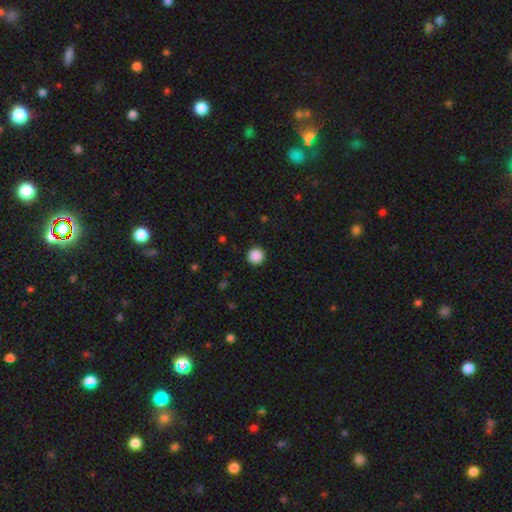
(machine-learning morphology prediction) Q: Smooth or featured?
A: smooth (88%); runner-up: star or artifact (9%)
Q: How rounded?
A: round (96%); runner-up: in between (3%)
Q: Merging?
A: none (92%); runner-up: minor disturbance (5%)